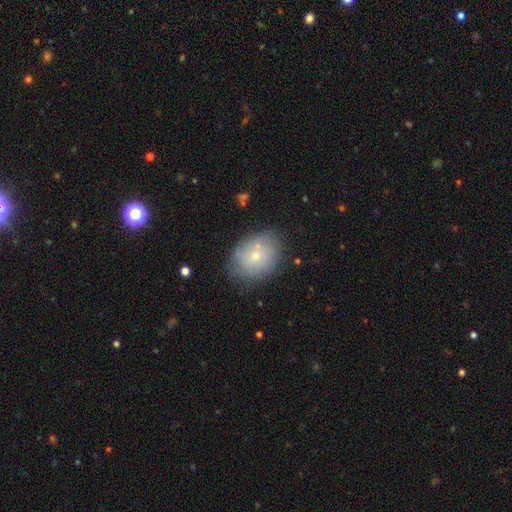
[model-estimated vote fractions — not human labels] Smooth or featured?
  - smooth: 64% *
  - featured or disk: 26%
  - star or artifact: 10%
How rounded?
  - in between: 58% *
  - round: 41%
  - cigar-shaped: 1%
Merging?
  - none: 65% *
  - minor disturbance: 21%
  - merger: 8%
  - major disturbance: 6%